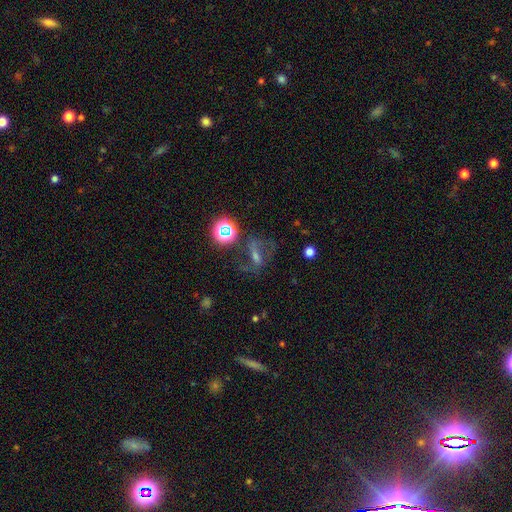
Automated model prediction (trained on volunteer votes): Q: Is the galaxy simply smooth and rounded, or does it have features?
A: featured or disk — 47%.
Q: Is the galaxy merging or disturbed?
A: none — 53%.